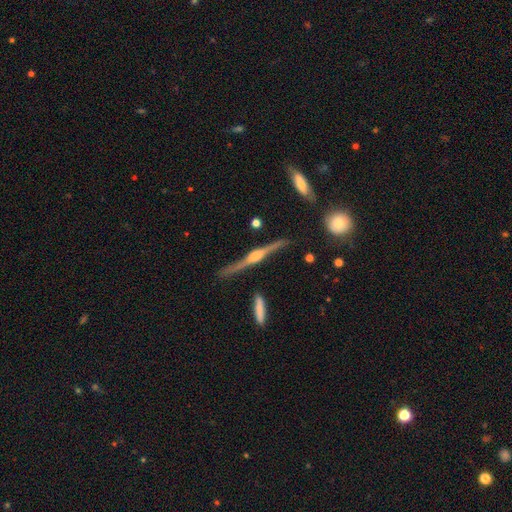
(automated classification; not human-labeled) Morphology: type=featured or disk (88%); edge-on=yes (96%); edge-on bulge=rounded (87%); merging=none (81%).